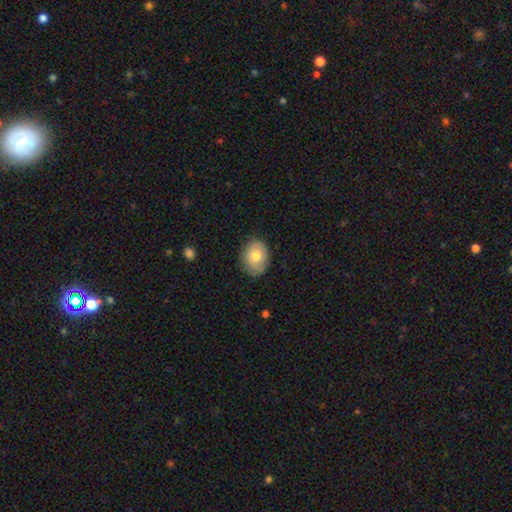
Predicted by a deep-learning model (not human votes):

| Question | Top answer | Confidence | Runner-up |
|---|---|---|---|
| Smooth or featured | smooth | 74% | featured or disk (18%) |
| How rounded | in between | 57% | round (43%) |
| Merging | none | 78% | minor disturbance (18%) |